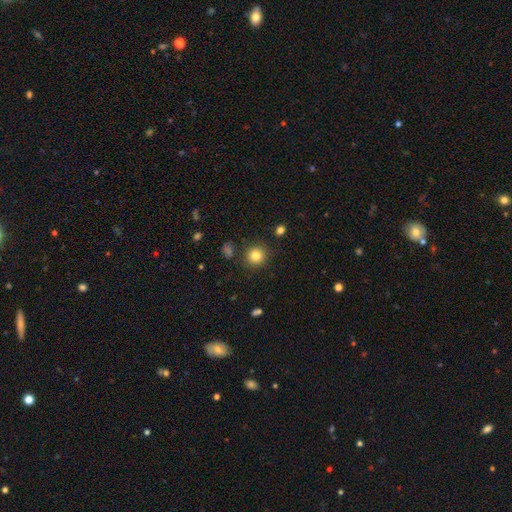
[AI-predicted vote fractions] Smooth or featured? Predicted: smooth (p=0.83). How rounded? Predicted: round (p=0.91). Merging? Predicted: none (p=0.88).